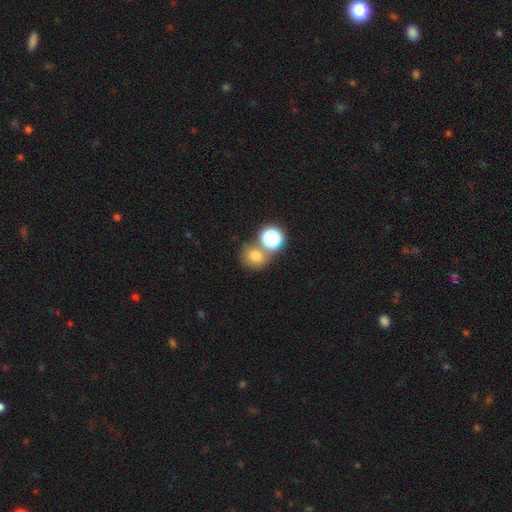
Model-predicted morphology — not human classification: A smooth galaxy with no disk features (71%) that is round (75%). Merging: none (56%).